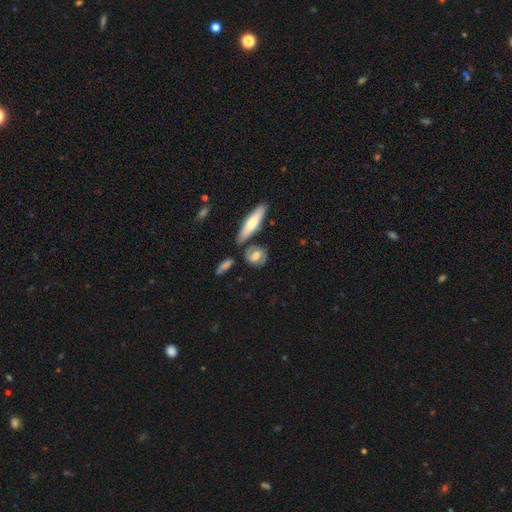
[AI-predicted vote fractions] The model was most divided on "smooth or featured": featured or disk: 54%, smooth: 40%, star or artifact: 7%. More confident: edge-on disk — no (80%); merging — none (68%).